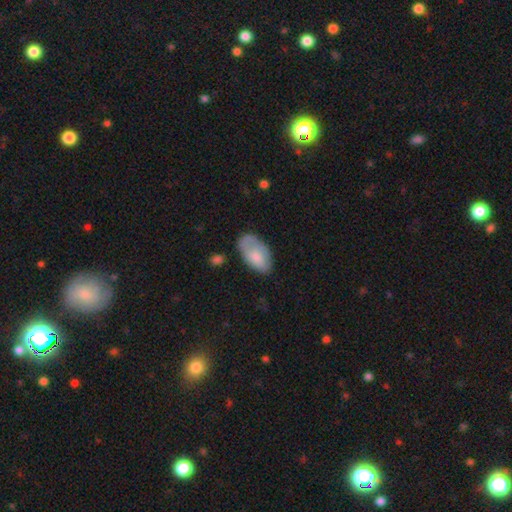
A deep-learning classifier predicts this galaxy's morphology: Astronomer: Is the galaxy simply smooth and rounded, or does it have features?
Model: smooth — 71%.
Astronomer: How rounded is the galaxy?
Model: in between — 95%.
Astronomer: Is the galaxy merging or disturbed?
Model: none — 56%.